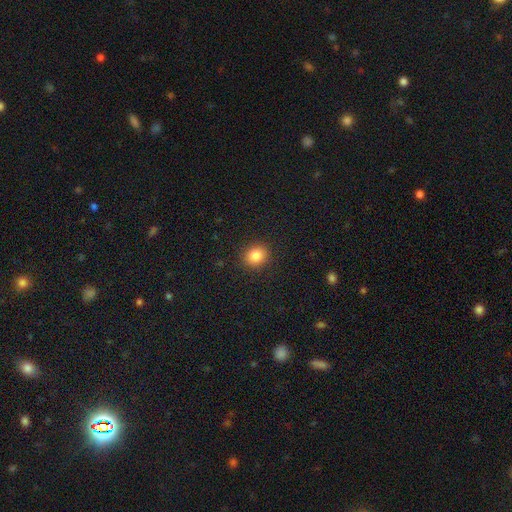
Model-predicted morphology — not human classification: Q: Smooth or featured?
A: smooth (85%); runner-up: star or artifact (10%)
Q: How rounded?
A: round (75%); runner-up: in between (24%)
Q: Merging?
A: none (90%); runner-up: minor disturbance (7%)